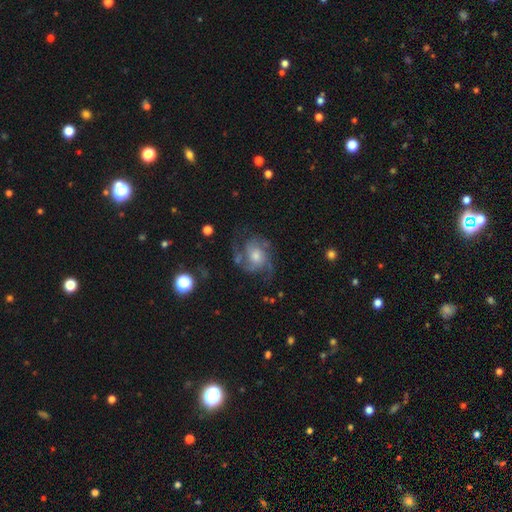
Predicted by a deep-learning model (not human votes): smooth_or_featured: featured or disk (p=0.84) [alt: smooth p=0.09]
disk_edge_on: no (p=0.98) [alt: yes p=0.02]
bar: no (p=0.68) [alt: weak p=0.27]
has_spiral_arms: yes (p=0.96) [alt: no p=0.04]
spiral_winding: medium (p=0.49) [alt: tight p=0.37]
spiral_arm_count: 3 (p=0.37) [alt: 2 p=0.28]
bulge_size: moderate (p=0.55) [alt: small p=0.29]
merging: none (p=0.68) [alt: minor disturbance p=0.17]